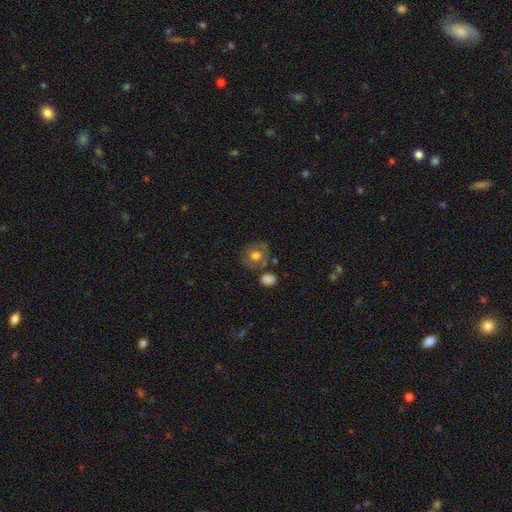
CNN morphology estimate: Smooth or featured?
  - smooth: 61% *
  - featured or disk: 31%
  - star or artifact: 9%
How rounded?
  - round: 77% *
  - in between: 22%
  - cigar-shaped: 1%
Merging?
  - none: 68% *
  - minor disturbance: 16%
  - merger: 9%
  - major disturbance: 7%